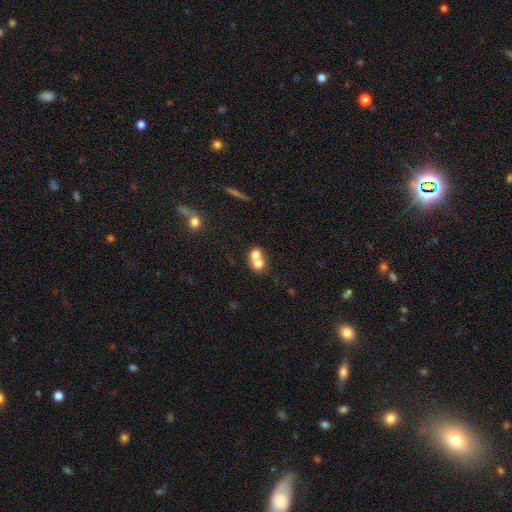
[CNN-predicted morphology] A smooth galaxy with no disk features (68%) that is round (64%). Merging: merger (72%).